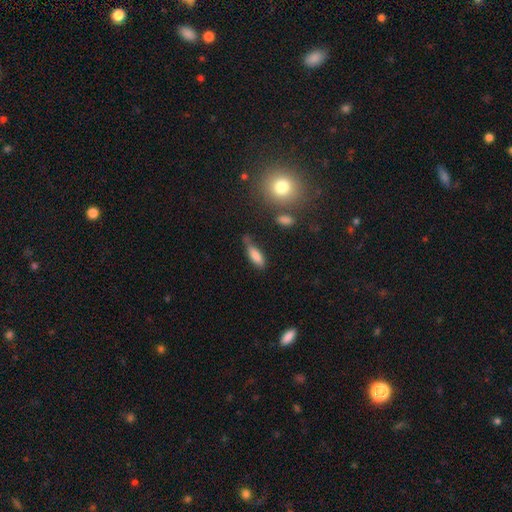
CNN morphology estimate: A smooth galaxy with no disk features (80%) that is in between round and cigar-shaped (57%).

Vote fractions:
- Smooth or featured? smooth: 80% / featured or disk: 12% / star or artifact: 8%
- How rounded? in between: 57% / cigar-shaped: 40% / round: 2%
- Merging? none: 47% / minor disturbance: 34% / major disturbance: 11% / merger: 8%